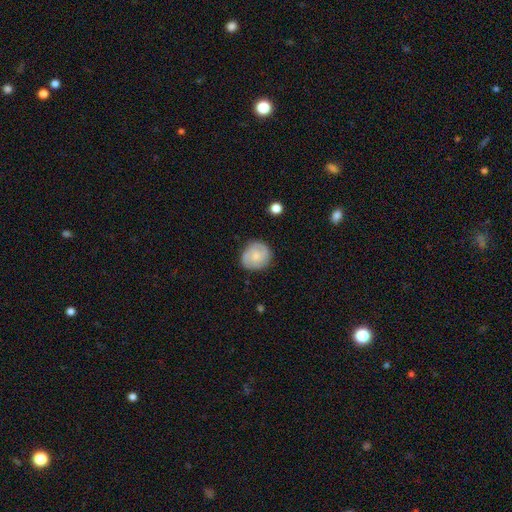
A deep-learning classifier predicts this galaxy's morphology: The model was most divided on "smooth or featured": featured or disk: 51%, smooth: 42%, star or artifact: 7%. More confident: edge-on disk — no (97%); merging — none (80%).